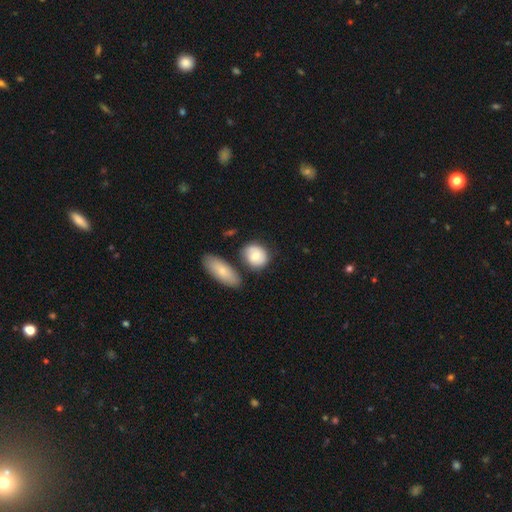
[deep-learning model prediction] Overall: smooth (71%). How rounded: round (62%; in between 36%). Merging: none (62%).